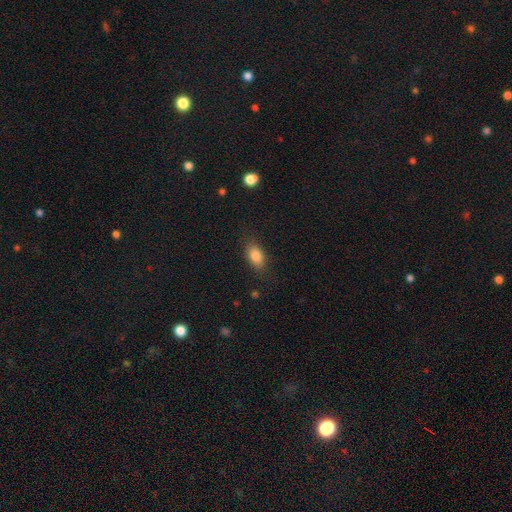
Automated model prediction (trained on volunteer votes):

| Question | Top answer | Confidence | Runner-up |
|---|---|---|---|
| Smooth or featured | smooth | 84% | star or artifact (8%) |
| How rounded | in between | 86% | round (10%) |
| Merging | none | 81% | minor disturbance (14%) |